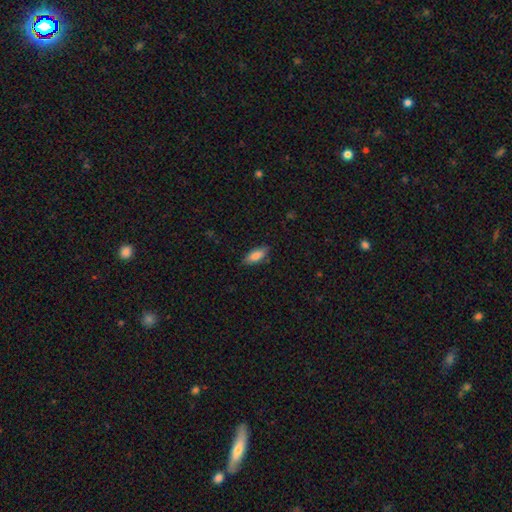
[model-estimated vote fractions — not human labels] Q: Smooth or featured?
A: smooth (82%); runner-up: featured or disk (11%)
Q: How rounded?
A: in between (76%); runner-up: cigar-shaped (22%)
Q: Merging?
A: none (83%); runner-up: minor disturbance (13%)